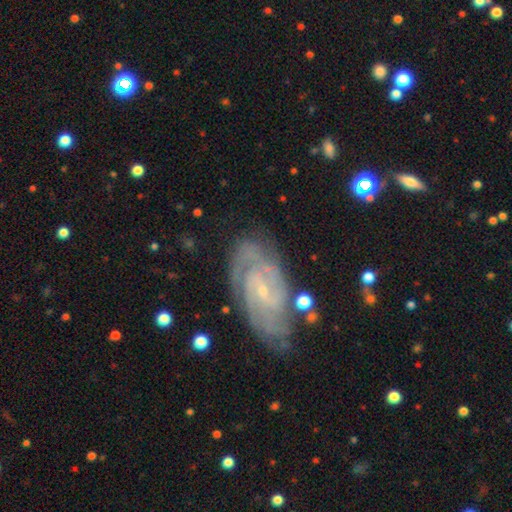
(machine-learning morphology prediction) smooth-or-featured: featured or disk: 83% | smooth: 9% | star or artifact: 9%
  disk-edge-on: no: 94% | yes: 6%
    bar: no: 49% | weak: 38% | strong: 12%
    has-spiral-arms: yes: 96% | no: 4%
      spiral-winding: tight: 69% | medium: 25% | loose: 5%
      spiral-arm-count: 2: 42% | can't tell: 23% | 3: 16% | 4: 8% | more than 4: 5% | 1: 5%
    bulge-size: small: 81% | moderate: 13% | none: 4% | large: 1% | dominant: 1%
  merging: none: 77% | minor disturbance: 15% | major disturbance: 5% | merger: 3%